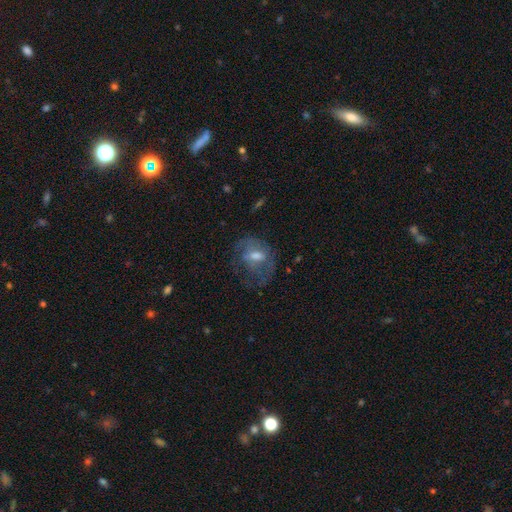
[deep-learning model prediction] Smooth or featured? Predicted: featured or disk (p=0.53). Edge-on disk? Predicted: no (p=0.94). Bar? Predicted: no (p=0.44, tied with weak). Spiral arms? Predicted: no (p=0.51). Bulge size? Predicted: moderate (p=0.57). Merging? Predicted: none (p=0.44).